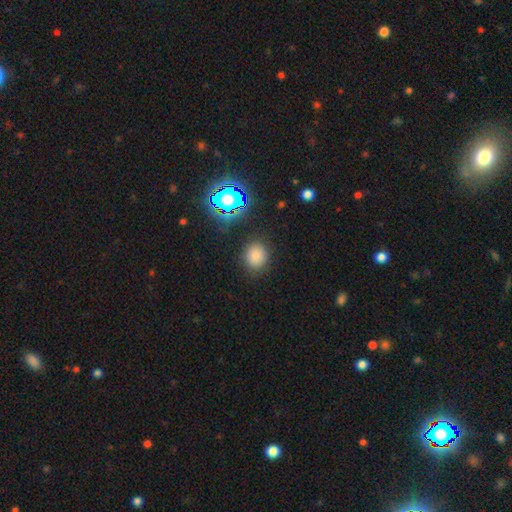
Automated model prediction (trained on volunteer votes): Smooth or featured? Predicted: smooth (p=0.76). How rounded? Predicted: round (p=0.68). Merging? Predicted: none (p=0.87).